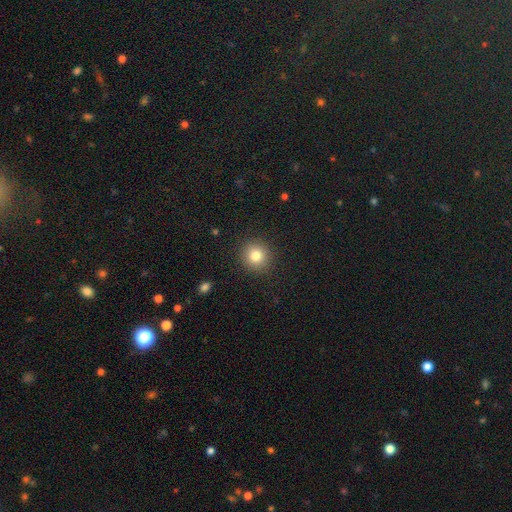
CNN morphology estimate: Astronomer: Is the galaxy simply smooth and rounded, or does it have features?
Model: smooth — 81%.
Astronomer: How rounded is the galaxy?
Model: round — 93%.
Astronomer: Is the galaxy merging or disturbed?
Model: none — 91%.